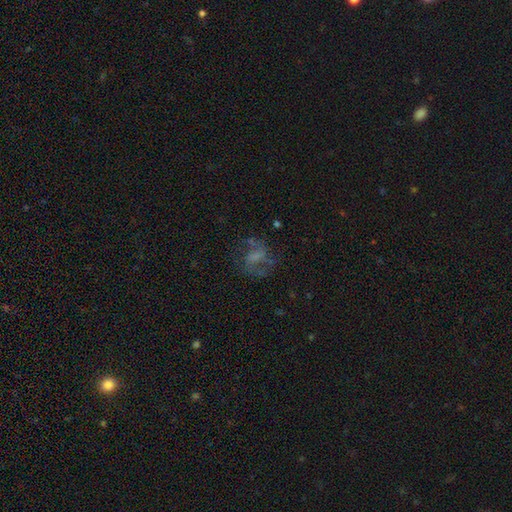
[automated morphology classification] smooth_or_featured: featured or disk (p=0.52) [alt: smooth p=0.32]
disk_edge_on: no (p=0.97) [alt: yes p=0.03]
bar: no (p=0.46) [alt: weak p=0.37]
has_spiral_arms: yes (p=0.63) [alt: no p=0.37]
bulge_size: none (p=0.55) [alt: small p=0.18]
merging: none (p=0.51) [alt: major disturbance p=0.27]